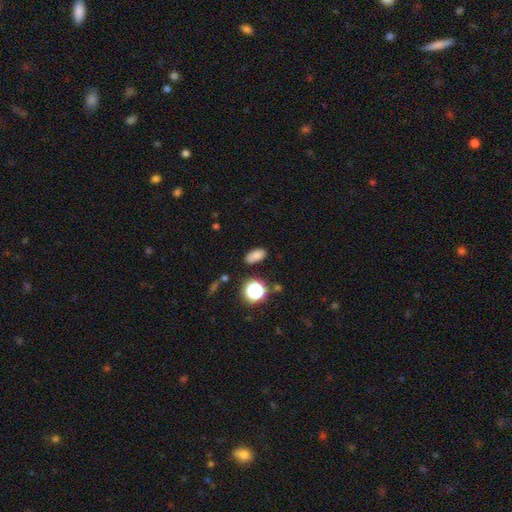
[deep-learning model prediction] smooth 79%, star or artifact 15%, featured or disk 6%. Down the decision tree: how rounded — in between (86%); merging — none (84%).